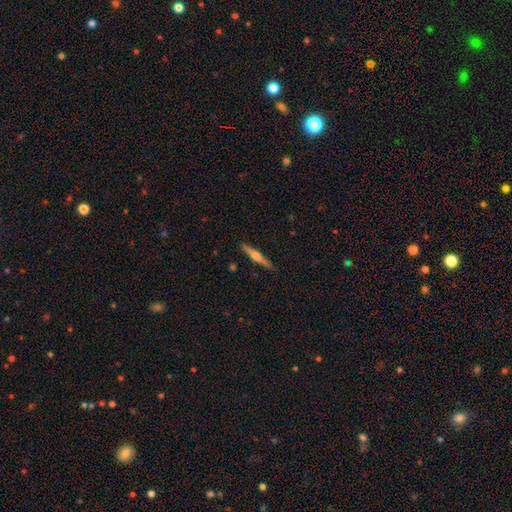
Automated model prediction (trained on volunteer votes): featured or disk 67%, smooth 27%, star or artifact 6%. Down the decision tree: edge-on disk — yes (98%); edge-on bulge — rounded (89%); merging — none (90%).